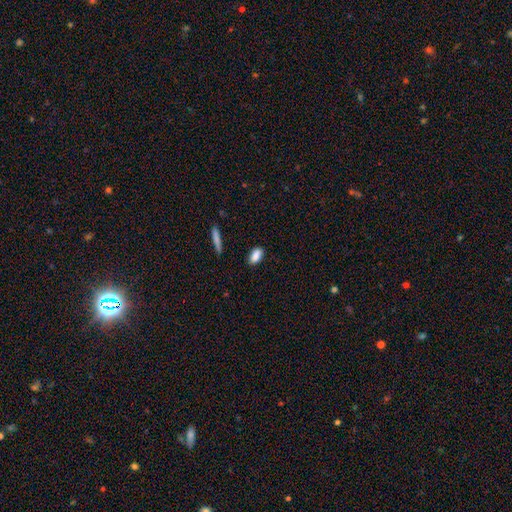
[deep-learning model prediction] Smooth or featured? Predicted: smooth (p=0.87). How rounded? Predicted: in between (p=0.86). Merging? Predicted: none (p=0.86).